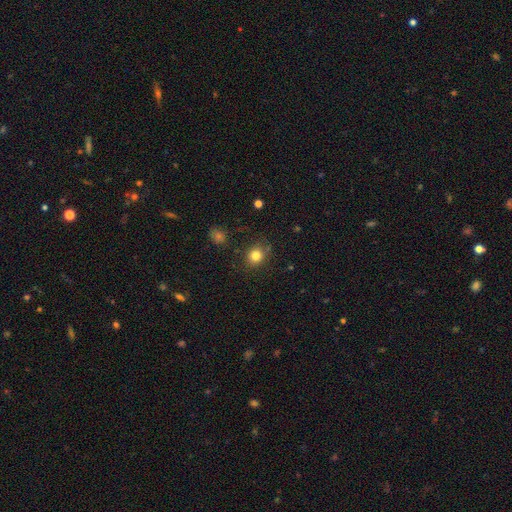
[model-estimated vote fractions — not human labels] smooth_or_featured: smooth (p=0.81) [alt: star or artifact p=0.13]
how_rounded: round (p=0.80) [alt: in between p=0.19]
merging: none (p=0.82) [alt: minor disturbance p=0.12]